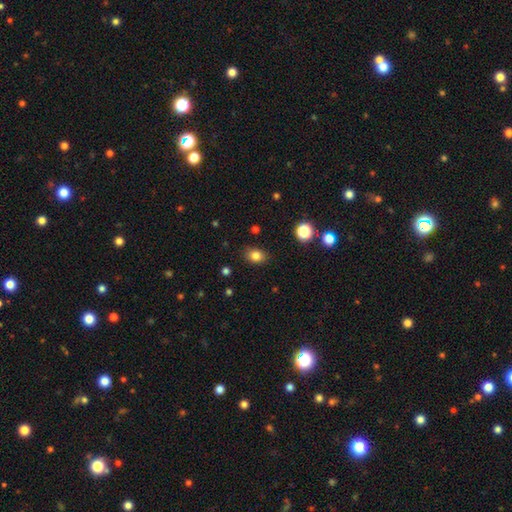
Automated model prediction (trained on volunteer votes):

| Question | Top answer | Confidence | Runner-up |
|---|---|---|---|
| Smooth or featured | smooth | 83% | star or artifact (12%) |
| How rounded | in between | 63% | round (36%) |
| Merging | none | 85% | minor disturbance (11%) |